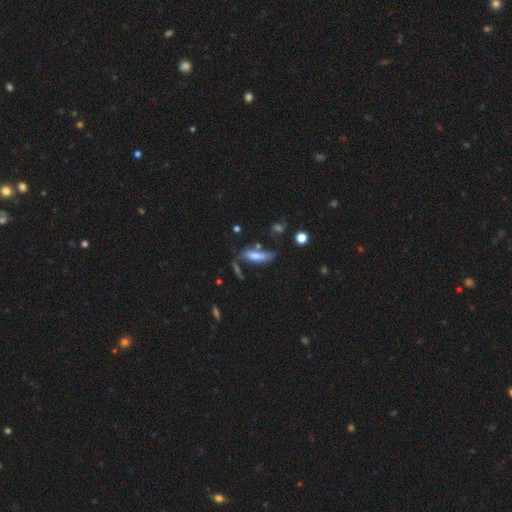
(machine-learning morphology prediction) Smooth or featured? smooth (58%)
How rounded? cigar-shaped (56%)
Merging? none (48%)